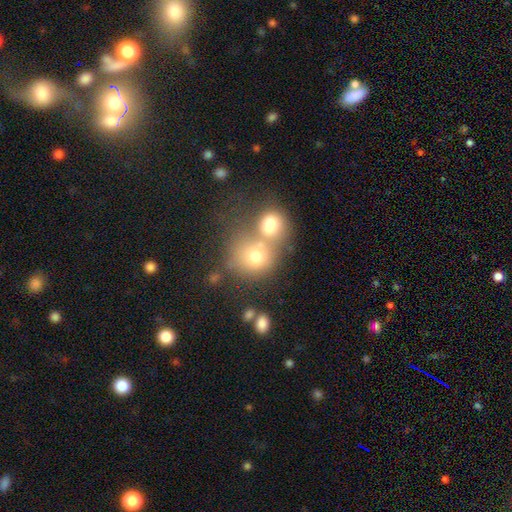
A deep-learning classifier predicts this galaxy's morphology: A smooth galaxy with no disk features (69%) that is round (79%).

Vote fractions:
- Smooth or featured? smooth: 69% / featured or disk: 17% / star or artifact: 14%
- How rounded? round: 79% / in between: 20% / cigar-shaped: 1%
- Merging? merger: 55% / none: 31% / minor disturbance: 8% / major disturbance: 6%